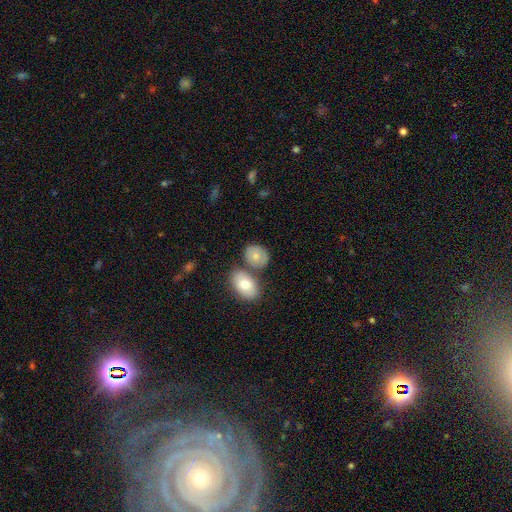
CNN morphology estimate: This is likely a smooth galaxy (77%). How rounded: possibly in between (52%). Merging: possibly none (58%).